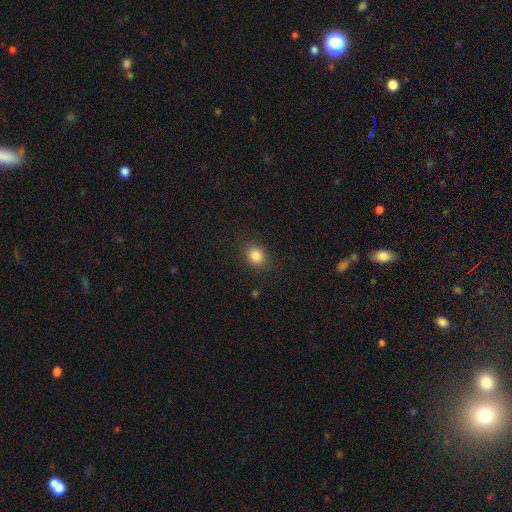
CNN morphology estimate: A smooth galaxy with no disk features (84%) that is round (77%).

Vote fractions:
- Smooth or featured? smooth: 84% / star or artifact: 11% / featured or disk: 4%
- How rounded? round: 77% / in between: 22% / cigar-shaped: 1%
- Merging? none: 87% / minor disturbance: 9% / major disturbance: 3% / merger: 1%